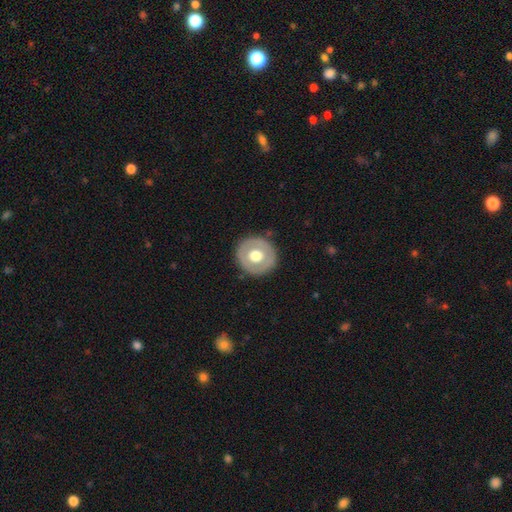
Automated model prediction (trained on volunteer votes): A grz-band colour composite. It shows a smooth galaxy with no disk features (51%) that is round (92%). Merging: none (88%).